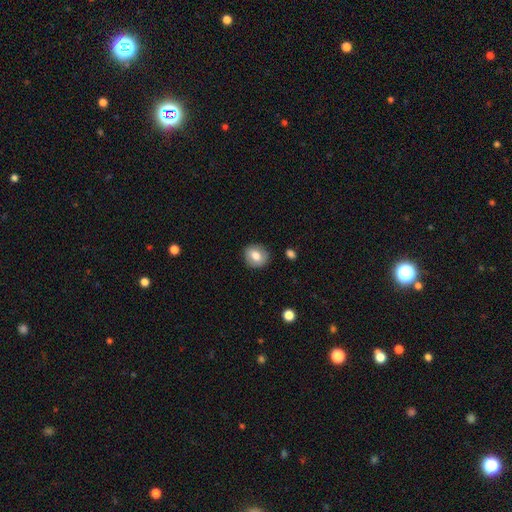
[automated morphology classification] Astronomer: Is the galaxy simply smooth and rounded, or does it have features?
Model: smooth — 77%.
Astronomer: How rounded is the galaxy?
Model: round — 77%.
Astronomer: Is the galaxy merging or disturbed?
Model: none — 87%.